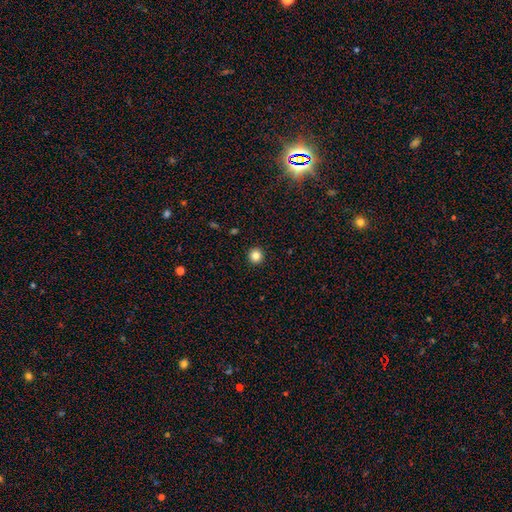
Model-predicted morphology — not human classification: This is clearly a smooth galaxy (84%). How rounded: clearly round (95%). Merging: clearly none (93%).